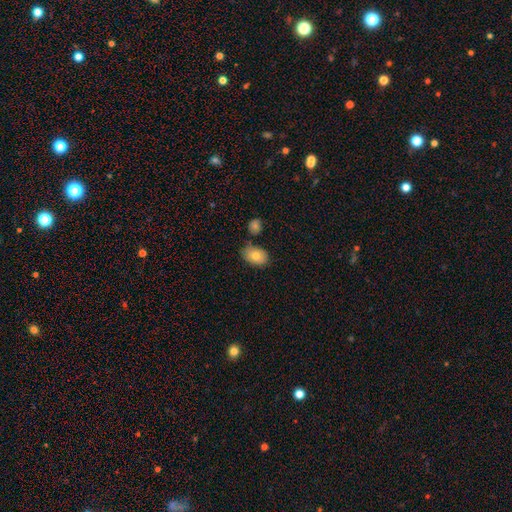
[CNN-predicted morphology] Q: Smooth or featured?
A: smooth (80%); runner-up: featured or disk (12%)
Q: How rounded?
A: in between (81%); runner-up: round (18%)
Q: Merging?
A: none (71%); runner-up: minor disturbance (17%)